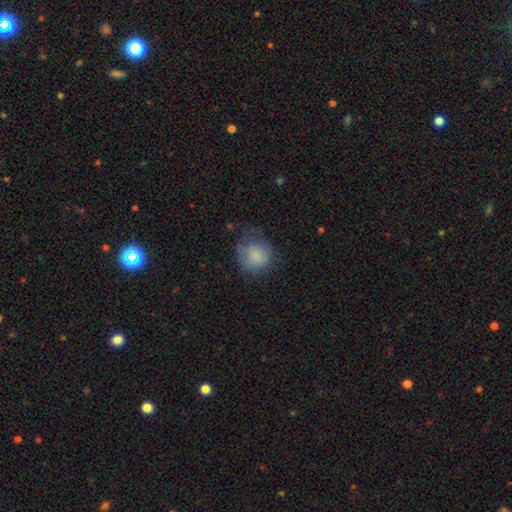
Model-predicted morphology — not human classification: A smooth galaxy with no disk features (78%) that is round (78%). Merging: none (46%).